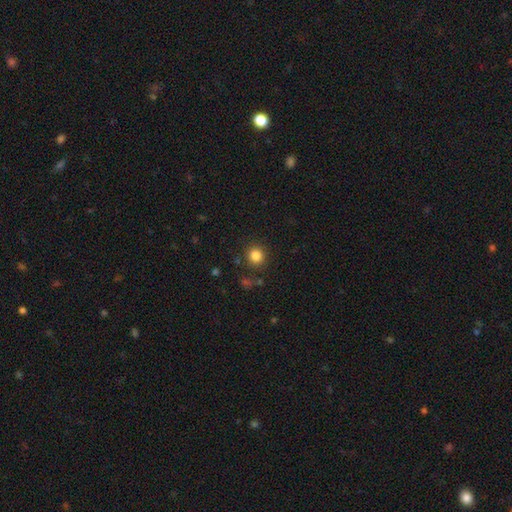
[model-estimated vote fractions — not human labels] smooth-or-featured: smooth: 84% | star or artifact: 12% | featured or disk: 5%
  how-rounded: round: 91% | in between: 8% | cigar-shaped: 1%
  merging: none: 87% | minor disturbance: 7% | major disturbance: 3% | merger: 3%